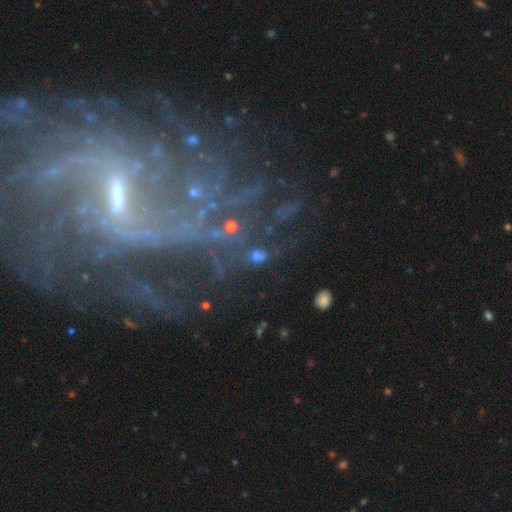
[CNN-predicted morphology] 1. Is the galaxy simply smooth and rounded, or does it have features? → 71% featured or disk, 18% star or artifact, 11% smooth.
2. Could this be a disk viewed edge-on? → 94% no, 6% yes.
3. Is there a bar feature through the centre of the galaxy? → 35% no, 33% strong, 32% weak.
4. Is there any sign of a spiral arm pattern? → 85% yes, 15% no.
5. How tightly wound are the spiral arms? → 54% tight, 30% medium, 16% loose.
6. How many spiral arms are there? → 33% can't tell, 18% 2, 15% 3, 12% 4, 12% more than 4, 11% 1.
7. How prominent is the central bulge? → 57% small, 25% moderate, 11% none, 5% large, 3% dominant.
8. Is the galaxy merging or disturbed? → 57% none, 20% major disturbance, 17% minor disturbance, 6% merger.